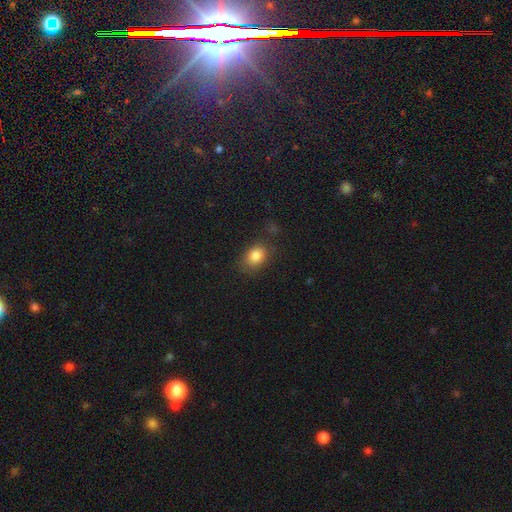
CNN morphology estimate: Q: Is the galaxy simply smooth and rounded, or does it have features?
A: smooth — 84%.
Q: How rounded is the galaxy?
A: in between — 65%.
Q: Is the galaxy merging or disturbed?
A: none — 74%.